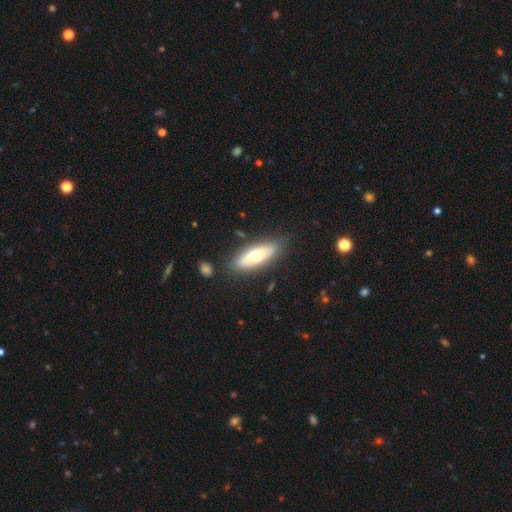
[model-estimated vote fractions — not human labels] This appears to be a smooth galaxy with no disk features (60%) that is in between round and cigar-shaped (62%). Merging: none (78%).